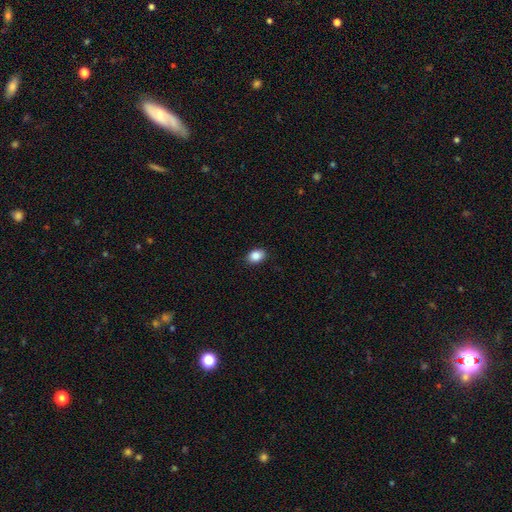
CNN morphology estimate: A smooth galaxy with no disk features (87%) that is in between round and cigar-shaped (73%).

Vote fractions:
- Smooth or featured? smooth: 87% / star or artifact: 9% / featured or disk: 4%
- How rounded? in between: 73% / round: 26% / cigar-shaped: 1%
- Merging? none: 89% / minor disturbance: 8% / major disturbance: 2% / merger: 1%